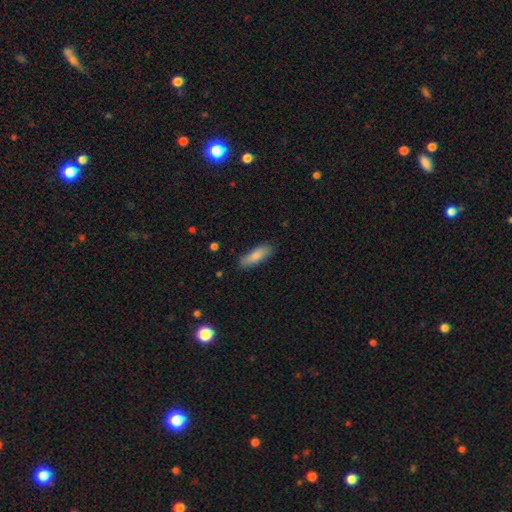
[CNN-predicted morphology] Smooth or featured? smooth (83%)
How rounded? in between (53%)
Merging? none (80%)